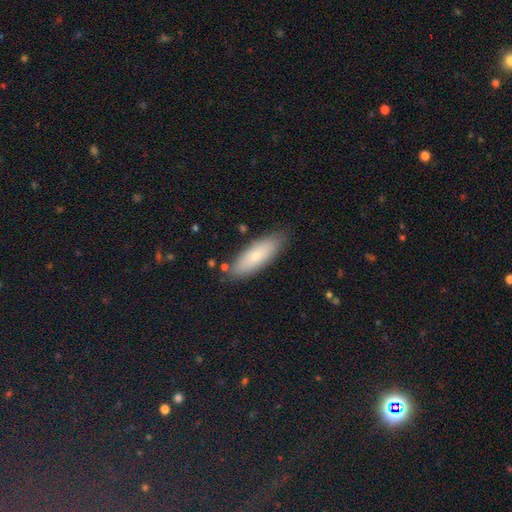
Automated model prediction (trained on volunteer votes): This appears to be a smooth galaxy with no disk features (74%) that is in between round and cigar-shaped (58%). Merging: none (83%).